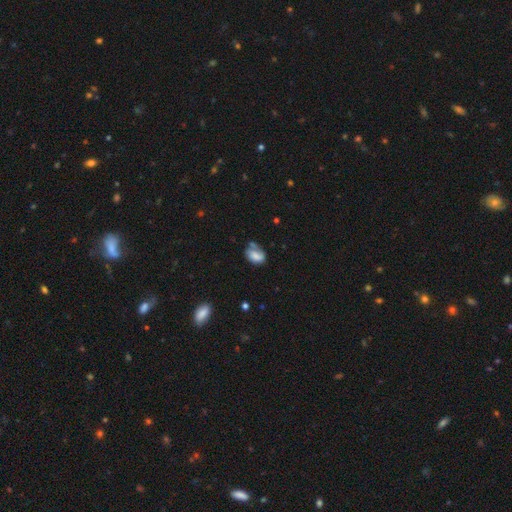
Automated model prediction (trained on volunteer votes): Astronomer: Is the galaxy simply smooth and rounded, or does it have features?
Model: smooth — 66%.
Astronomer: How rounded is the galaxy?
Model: in between — 82%.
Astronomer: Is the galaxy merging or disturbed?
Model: none — 38% (runner-up: minor disturbance, 31%).